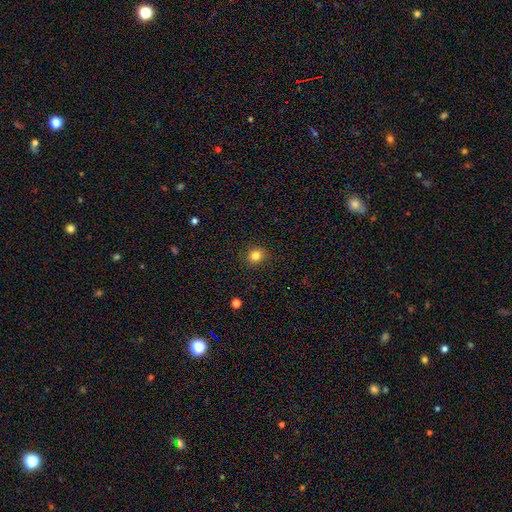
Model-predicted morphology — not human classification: A smooth galaxy with no disk features (82%) that is round (82%).

Vote fractions:
- Smooth or featured? smooth: 82% / star or artifact: 12% / featured or disk: 5%
- How rounded? round: 82% / in between: 17% / cigar-shaped: 1%
- Merging? none: 89% / minor disturbance: 8% / major disturbance: 2% / merger: 1%